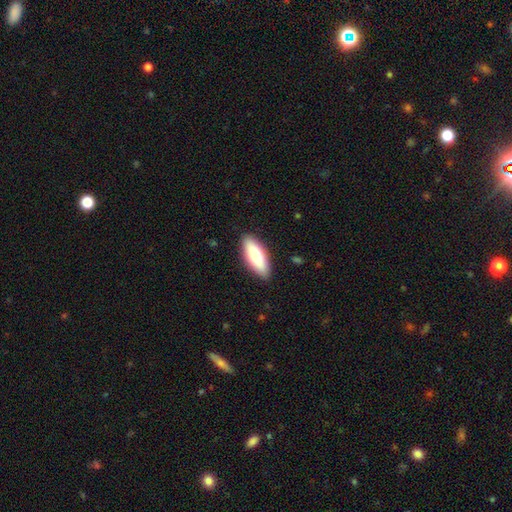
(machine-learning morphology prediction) Smooth or featured?
  - smooth: 78% *
  - featured or disk: 16%
  - star or artifact: 6%
How rounded?
  - in between: 68% *
  - cigar-shaped: 30%
  - round: 2%
Merging?
  - none: 88% *
  - minor disturbance: 9%
  - major disturbance: 2%
  - merger: 1%